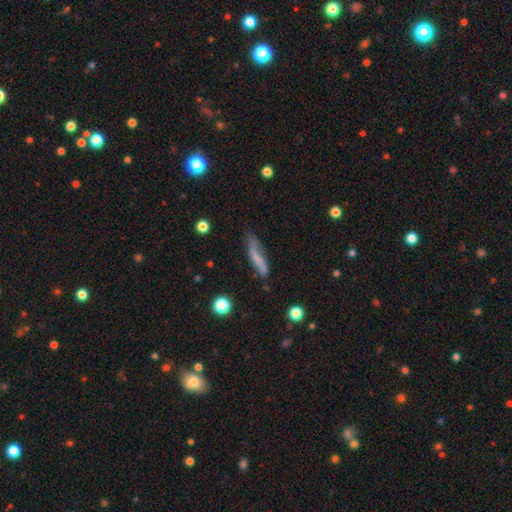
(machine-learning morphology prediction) Overall: smooth (57%; featured or disk 34%). How rounded: cigar-shaped (77%). Merging: none (54%; minor disturbance 29%).